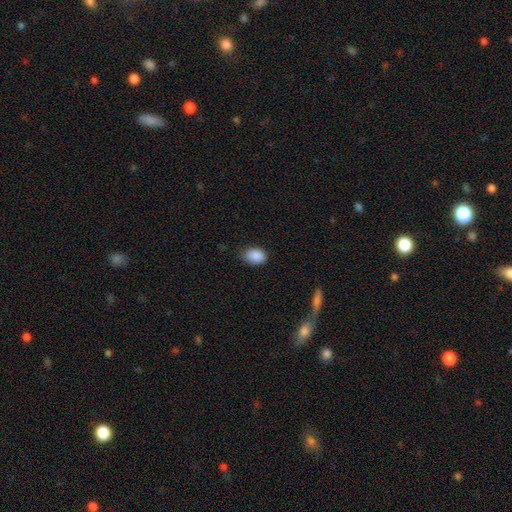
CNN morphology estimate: Overall: smooth (89%). How rounded: in between (74%). Merging: none (74%).